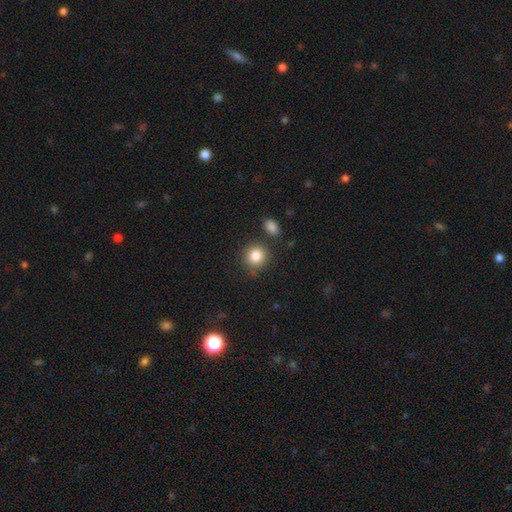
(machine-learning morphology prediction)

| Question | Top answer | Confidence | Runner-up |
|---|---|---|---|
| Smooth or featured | smooth | 85% | star or artifact (9%) |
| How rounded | round | 88% | in between (11%) |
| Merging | none | 80% | minor disturbance (10%) |